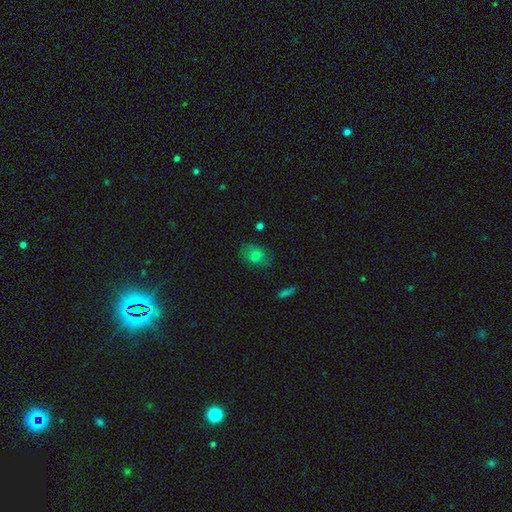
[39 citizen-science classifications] Smooth or featured?
  - smooth: 82% *
  - featured or disk: 13%
  - star or artifact: 5%
How rounded?
  - in between: 66% *
  - round: 28%
  - cigar-shaped: 6%
Merging?
  - none: 65% *
  - minor disturbance: 22%
  - major disturbance: 11%
  - merger: 3%